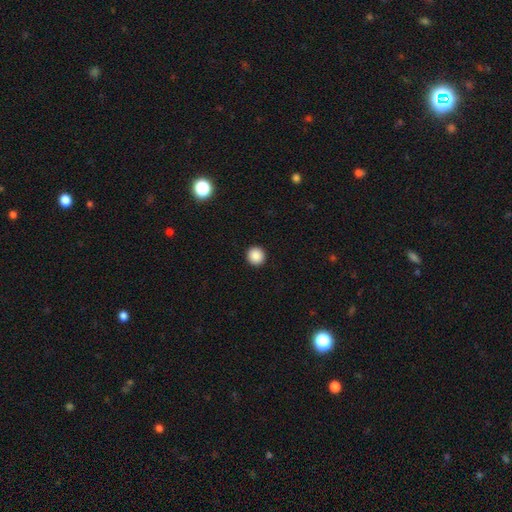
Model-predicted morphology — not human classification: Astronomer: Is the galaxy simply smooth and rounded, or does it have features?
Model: smooth — 88%.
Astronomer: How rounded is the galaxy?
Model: round — 94%.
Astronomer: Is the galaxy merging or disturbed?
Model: none — 94%.